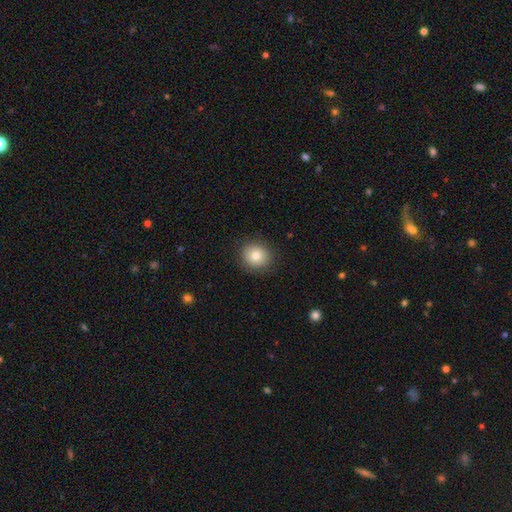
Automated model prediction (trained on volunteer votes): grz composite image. It shows a smooth galaxy with no disk features (80%) that is round (83%). Merging: none (89%).